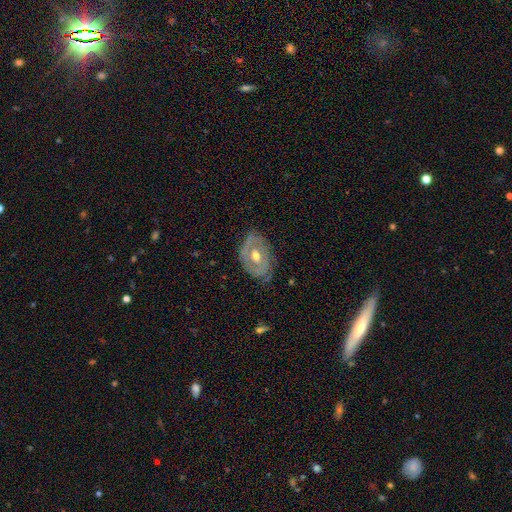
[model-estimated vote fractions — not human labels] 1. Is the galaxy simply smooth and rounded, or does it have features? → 77% featured or disk, 17% smooth, 6% star or artifact.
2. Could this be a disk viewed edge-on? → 94% no, 6% yes.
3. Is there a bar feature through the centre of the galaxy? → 60% no, 30% weak, 10% strong.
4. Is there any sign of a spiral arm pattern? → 67% yes, 33% no.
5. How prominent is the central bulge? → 77% moderate, 16% small, 5% large, 1% none, 1% dominant.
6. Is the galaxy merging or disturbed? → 71% none, 22% minor disturbance, 6% major disturbance, 1% merger.